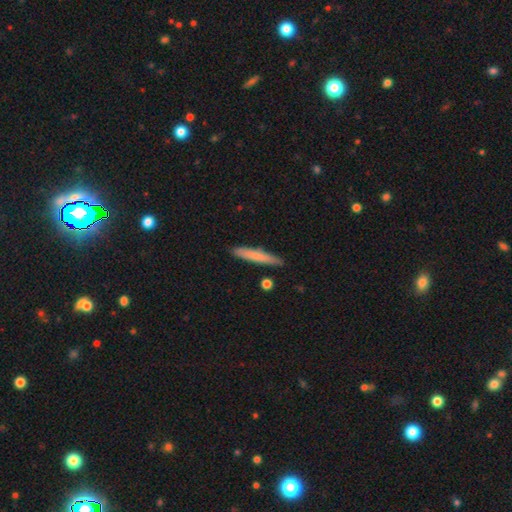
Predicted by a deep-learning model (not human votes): Smooth or featured? smooth (72%)
How rounded? cigar-shaped (94%)
Merging? none (87%)